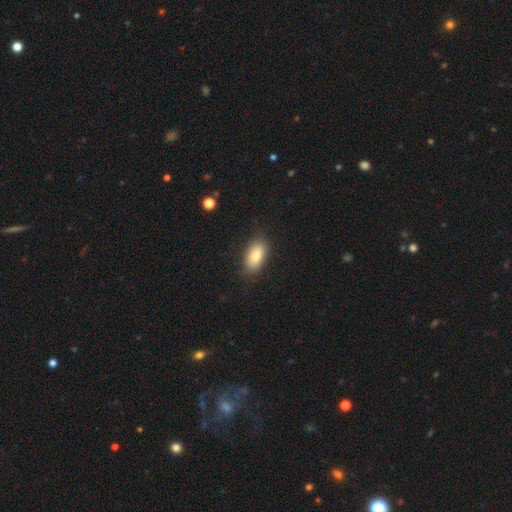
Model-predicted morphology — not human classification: This is clearly a smooth galaxy (80%). How rounded: clearly in between (90%). Merging: clearly none (84%).